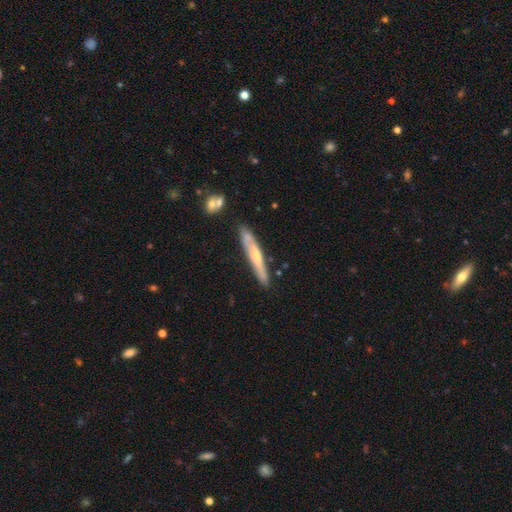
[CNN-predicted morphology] This appears to be a featured or disk galaxy (64%) viewed edge-on (93%) with a rounded central bulge (77%). Merging: none (79%).